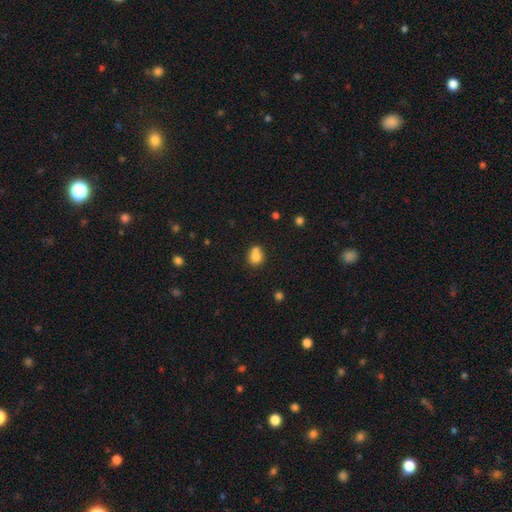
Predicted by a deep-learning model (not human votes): Smooth or featured? Predicted: smooth (p=0.78). How rounded? Predicted: round (p=0.60). Merging? Predicted: none (p=0.43).